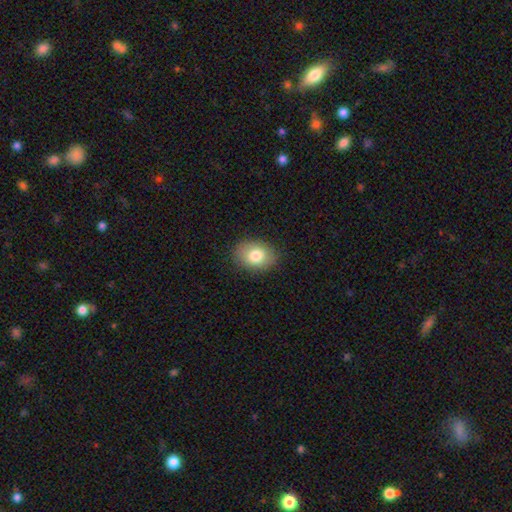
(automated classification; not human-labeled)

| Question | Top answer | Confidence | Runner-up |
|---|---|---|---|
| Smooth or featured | smooth | 80% | featured or disk (11%) |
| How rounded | in between | 68% | round (31%) |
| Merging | none | 86% | minor disturbance (11%) |